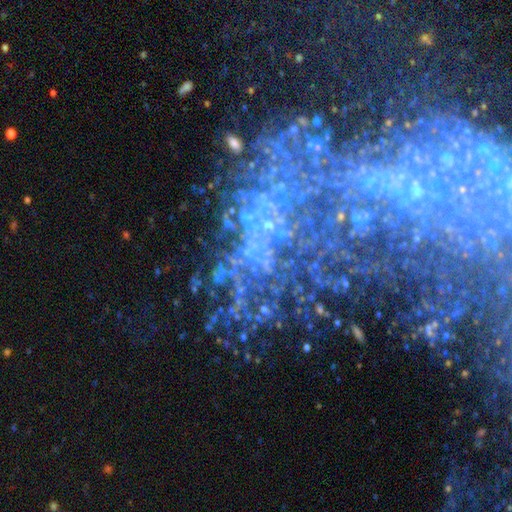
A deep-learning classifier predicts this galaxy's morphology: This appears to be a featured or disk galaxy (55%) with no bar (79%), spiral arms (57%) and a small central bulge (52%). Merging: none (55%).